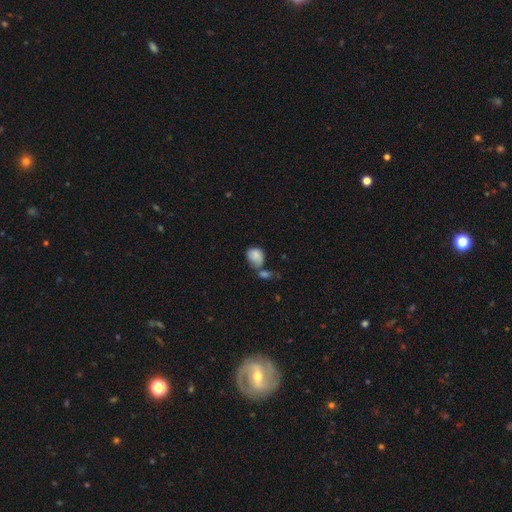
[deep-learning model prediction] Smooth or featured?
  - smooth: 81% *
  - featured or disk: 11%
  - star or artifact: 8%
How rounded?
  - round: 49% * (tied)
  - in between: 49% * (tied)
  - cigar-shaped: 1%
Merging?
  - merger: 37% *
  - none: 34%
  - minor disturbance: 20%
  - major disturbance: 9%